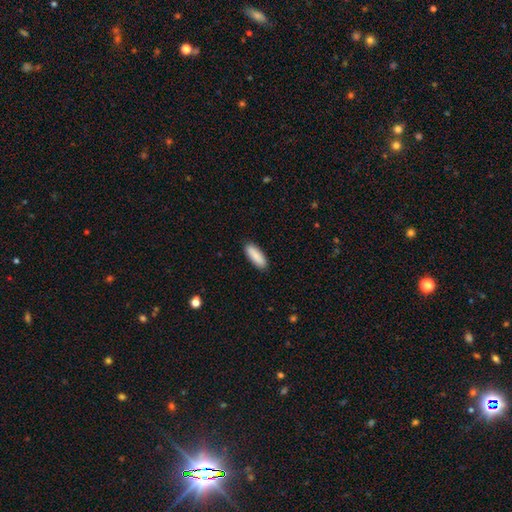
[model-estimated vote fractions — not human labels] Q: Smooth or featured?
A: smooth (90%); runner-up: star or artifact (6%)
Q: How rounded?
A: in between (60%); runner-up: cigar-shaped (38%)
Q: Merging?
A: none (90%); runner-up: minor disturbance (7%)